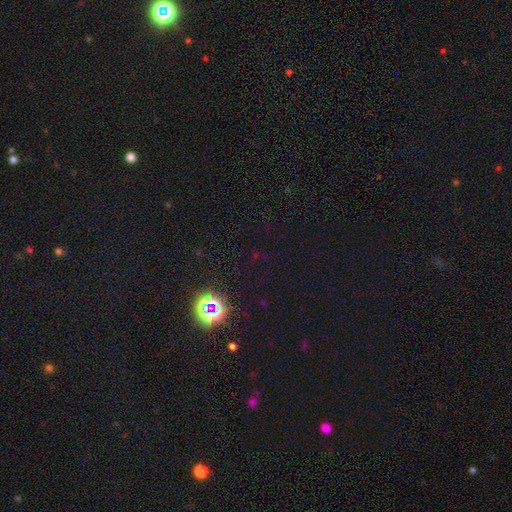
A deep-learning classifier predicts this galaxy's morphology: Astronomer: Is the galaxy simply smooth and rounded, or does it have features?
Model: star or artifact — 76%.